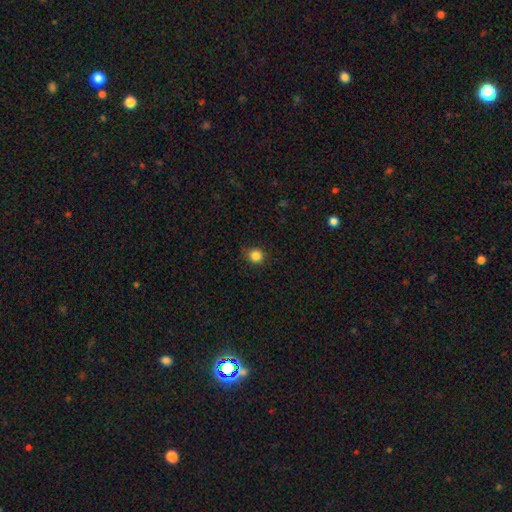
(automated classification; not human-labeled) The model was most divided on "smooth or featured": smooth: 85%, star or artifact: 12%, featured or disk: 3%. More confident: how rounded — round (91%); merging — none (86%).